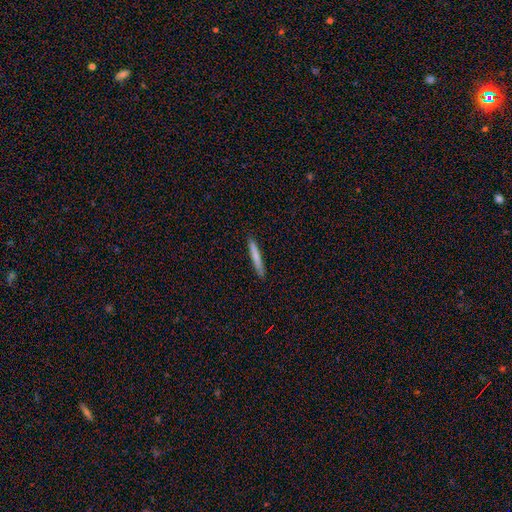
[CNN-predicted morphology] Q: Smooth or featured?
A: smooth (73%); runner-up: featured or disk (21%)
Q: How rounded?
A: cigar-shaped (96%); runner-up: in between (3%)
Q: Merging?
A: none (91%); runner-up: minor disturbance (7%)